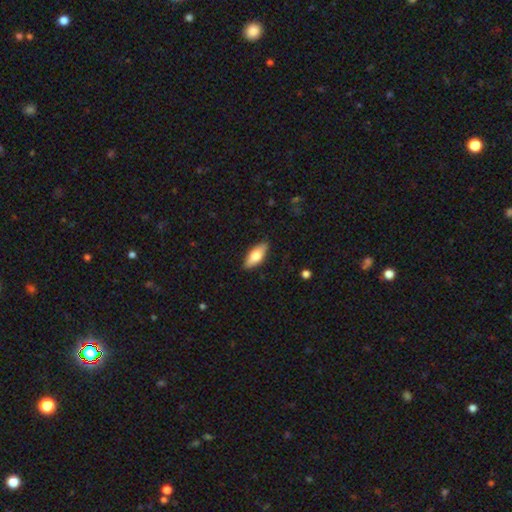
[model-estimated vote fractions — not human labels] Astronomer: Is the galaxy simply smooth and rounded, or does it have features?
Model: smooth — 72%.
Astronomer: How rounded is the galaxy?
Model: in between — 80%.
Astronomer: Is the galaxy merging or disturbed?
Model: none — 88%.